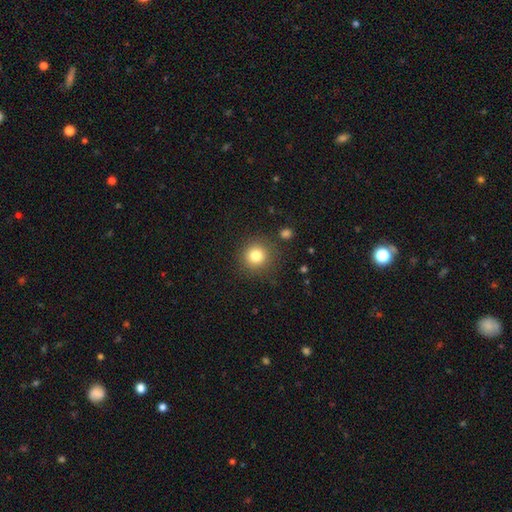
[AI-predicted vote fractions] Smooth or featured?
  - smooth: 81% *
  - star or artifact: 12%
  - featured or disk: 7%
How rounded?
  - round: 93% *
  - in between: 6%
  - cigar-shaped: 1%
Merging?
  - none: 87% *
  - minor disturbance: 8%
  - major disturbance: 3%
  - merger: 3%